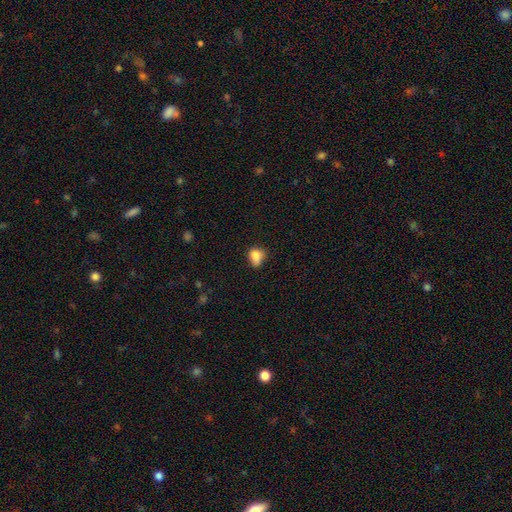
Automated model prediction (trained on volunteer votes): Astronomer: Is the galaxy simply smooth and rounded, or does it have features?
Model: smooth — 82%.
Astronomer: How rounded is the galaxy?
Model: in between — 60% (runner-up: round, 38%).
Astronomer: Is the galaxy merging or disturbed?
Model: none — 49% (runner-up: minor disturbance, 35%).